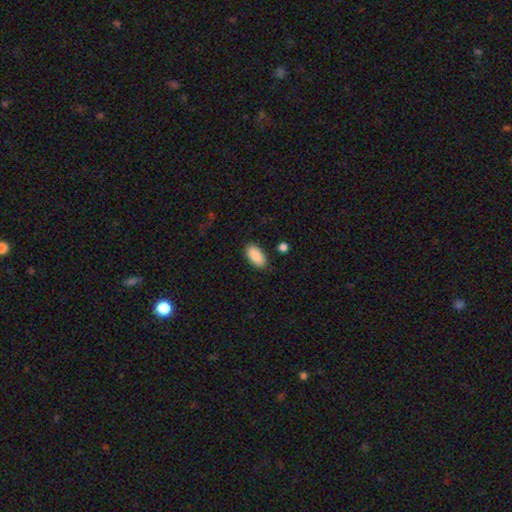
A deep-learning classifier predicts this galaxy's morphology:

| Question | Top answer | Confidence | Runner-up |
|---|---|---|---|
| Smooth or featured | smooth | 88% | star or artifact (6%) |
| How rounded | in between | 94% | cigar-shaped (4%) |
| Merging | none | 85% | minor disturbance (10%) |